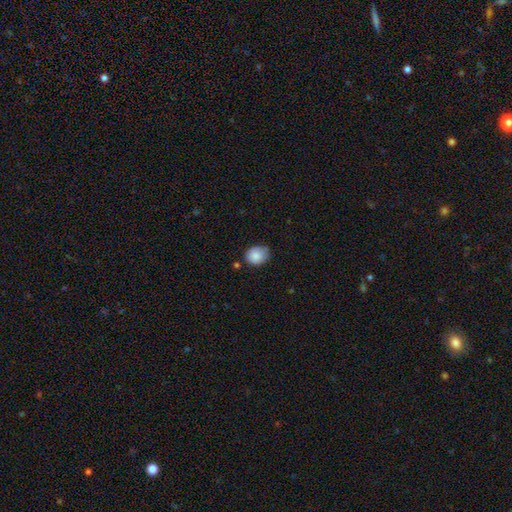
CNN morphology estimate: Smooth or featured?
  - smooth: 84% *
  - featured or disk: 8%
  - star or artifact: 8%
How rounded?
  - round: 55% *
  - in between: 44%
  - cigar-shaped: 1%
Merging?
  - none: 59% *
  - minor disturbance: 32%
  - major disturbance: 5%
  - merger: 4%